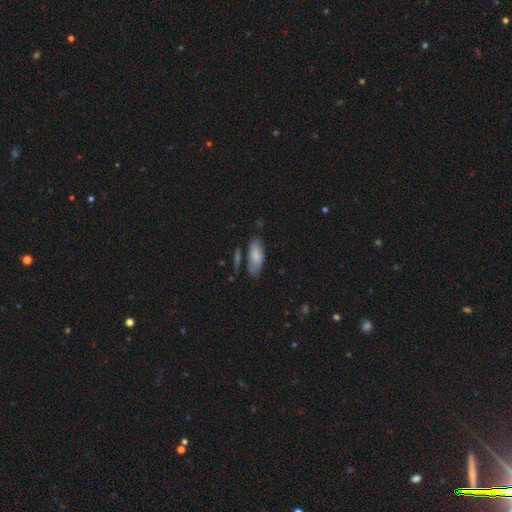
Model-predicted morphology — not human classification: A smooth galaxy with no disk features (80%) that is in between round and cigar-shaped (82%).

Vote fractions:
- Smooth or featured? smooth: 80% / featured or disk: 14% / star or artifact: 6%
- How rounded? in between: 82% / cigar-shaped: 16% / round: 2%
- Merging? none: 63% / minor disturbance: 23% / merger: 7% / major disturbance: 7%